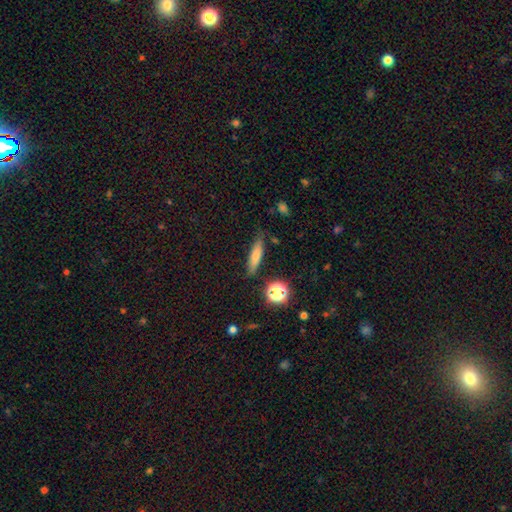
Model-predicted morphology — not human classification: The model was most divided on "smooth or featured": smooth: 66%, featured or disk: 24%, star or artifact: 10%. More confident: merging — none (81%); how rounded — cigar-shaped (71%).